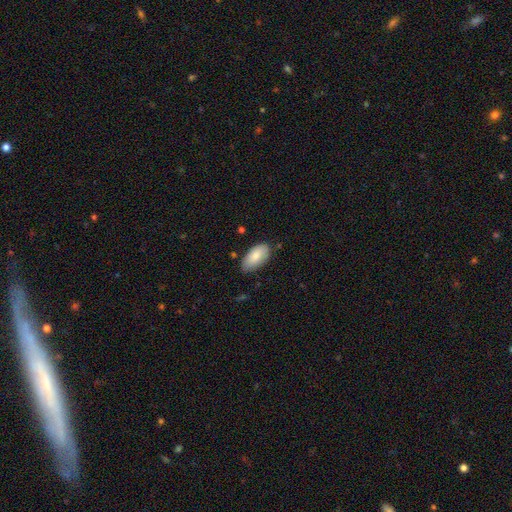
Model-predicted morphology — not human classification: The model was most divided on "merging": none: 74%, minor disturbance: 21%, major disturbance: 3%, merger: 2%. More confident: how rounded — in between (94%); smooth or featured — smooth (84%).